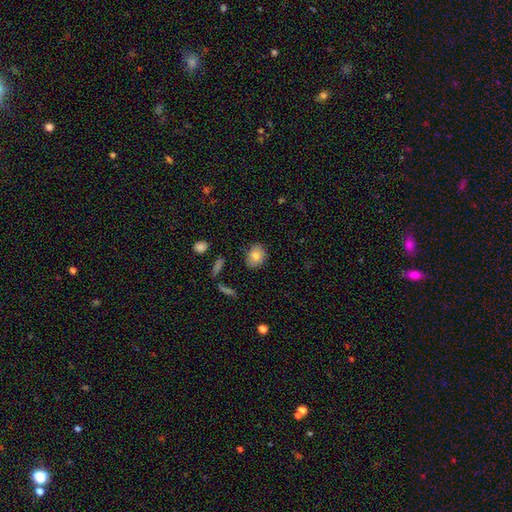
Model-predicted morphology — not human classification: The model was most divided on "how rounded": round: 50%, in between: 49%, cigar-shaped: 1%. More confident: merging — none (81%); smooth or featured — smooth (80%).